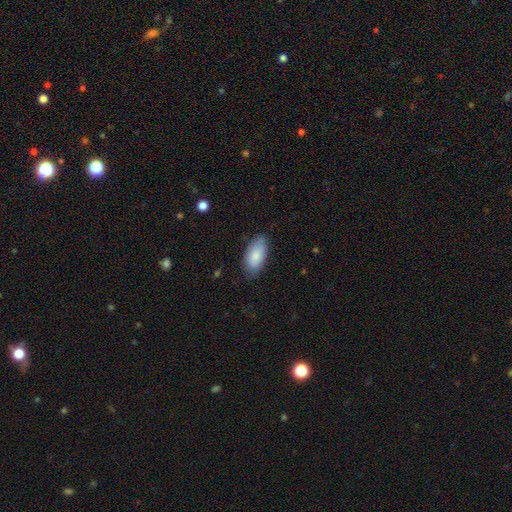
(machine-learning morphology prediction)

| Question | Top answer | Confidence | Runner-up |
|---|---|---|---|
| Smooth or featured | smooth | 83% | featured or disk (11%) |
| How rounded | in between | 92% | cigar-shaped (5%) |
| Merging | none | 76% | minor disturbance (19%) |